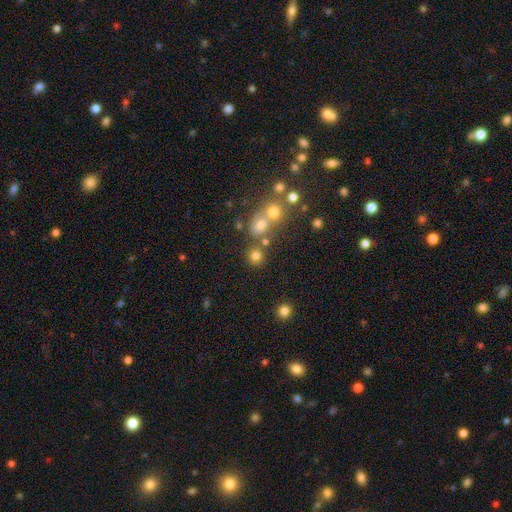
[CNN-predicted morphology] The model was most divided on "merging": none: 70%, merger: 17%, minor disturbance: 8%, major disturbance: 4%. More confident: how rounded — round (87%); smooth or featured — smooth (75%).